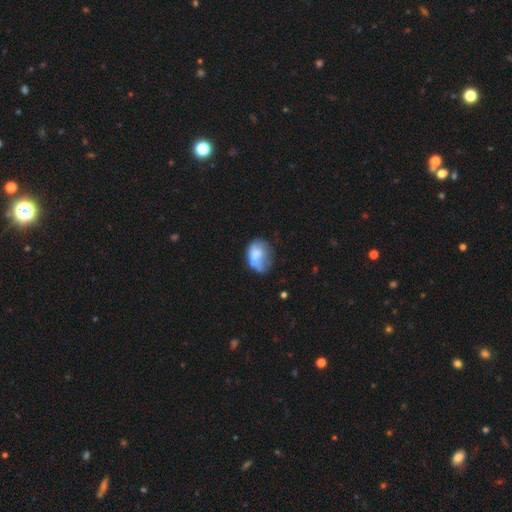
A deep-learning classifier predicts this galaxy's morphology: type=smooth (61%); roundness=in between (70%); merging=none (35%).